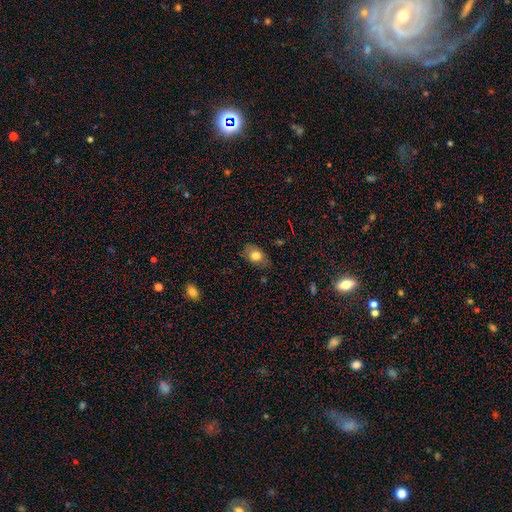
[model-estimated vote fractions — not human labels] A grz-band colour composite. It shows a smooth galaxy with no disk features (76%) that is in between round and cigar-shaped (81%). Merging: none (73%).